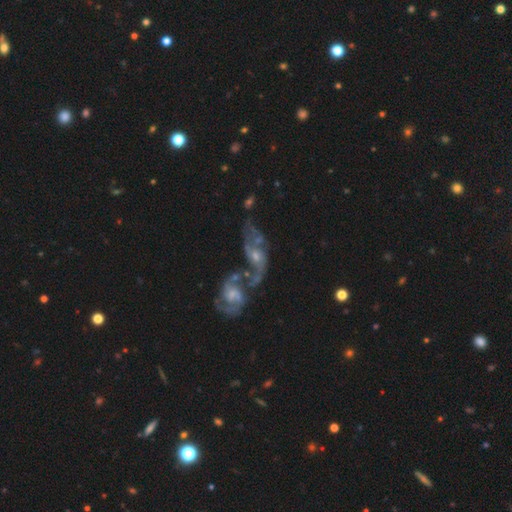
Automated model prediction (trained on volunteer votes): Smooth or featured: featured or disk — 74% (smooth — 15%)
Edge-on disk: no — 93% (yes — 7%)
Bar: no — 62% (weak — 30%)
Spiral arms: yes — 78% (no — 22%)
Spiral winding: loose — 43% (medium — 38%)
Spiral arm count: 2 — 60% (can't tell — 23%)
Bulge size: small — 48% (moderate — 38%)
Merging: merger — 65% (none — 16%)